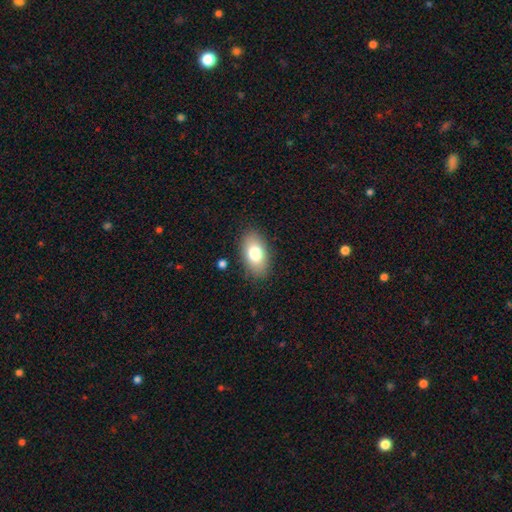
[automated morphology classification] A smooth galaxy with no disk features (77%) that is in between round and cigar-shaped (91%).

Vote fractions:
- Smooth or featured? smooth: 77% / featured or disk: 14% / star or artifact: 9%
- How rounded? in between: 91% / round: 7% / cigar-shaped: 2%
- Merging? none: 89% / minor disturbance: 8% / major disturbance: 2% / merger: 1%